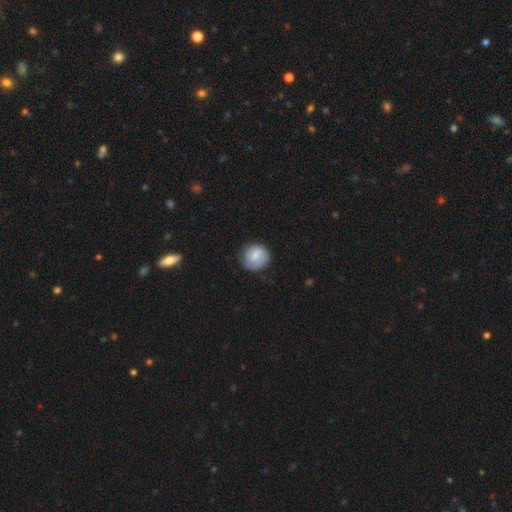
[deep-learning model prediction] Overall: smooth (62%; featured or disk 31%). How rounded: round (81%). Merging: none (71%).